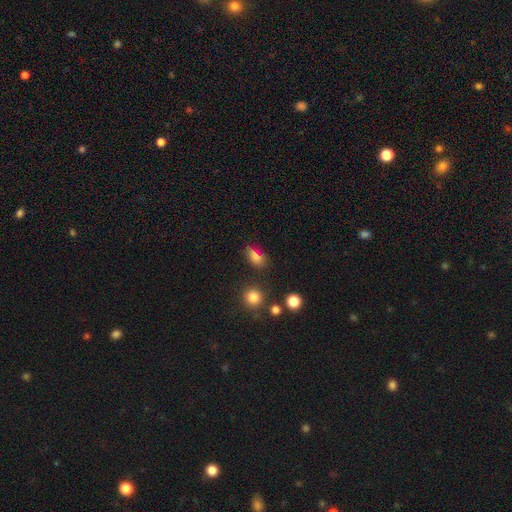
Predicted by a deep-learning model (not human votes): smooth_or_featured: smooth (p=0.74) [alt: star or artifact p=0.17]
how_rounded: in between (p=0.75) [alt: round p=0.18]
merging: none (p=0.71) [alt: minor disturbance p=0.17]